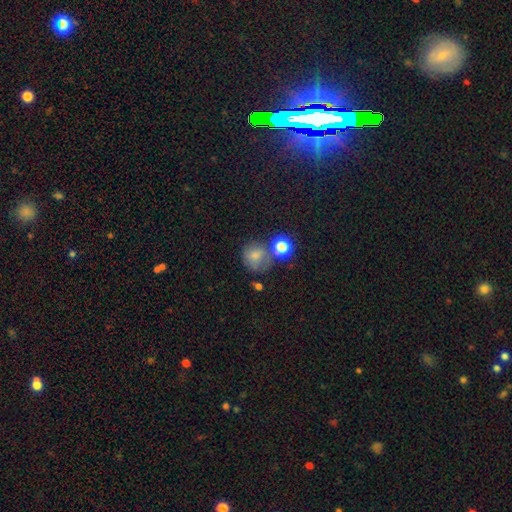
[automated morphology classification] smooth-or-featured: smooth: 74% | star or artifact: 14% | featured or disk: 11%
  how-rounded: round: 81% | in between: 18% | cigar-shaped: 1%
  merging: none: 54% | minor disturbance: 19% | merger: 18% | major disturbance: 10%